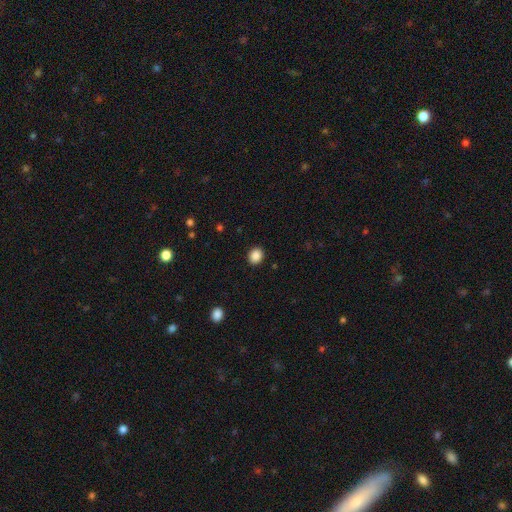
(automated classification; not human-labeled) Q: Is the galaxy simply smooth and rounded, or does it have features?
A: smooth — 88%.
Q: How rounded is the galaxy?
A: round — 67%.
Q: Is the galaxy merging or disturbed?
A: none — 91%.